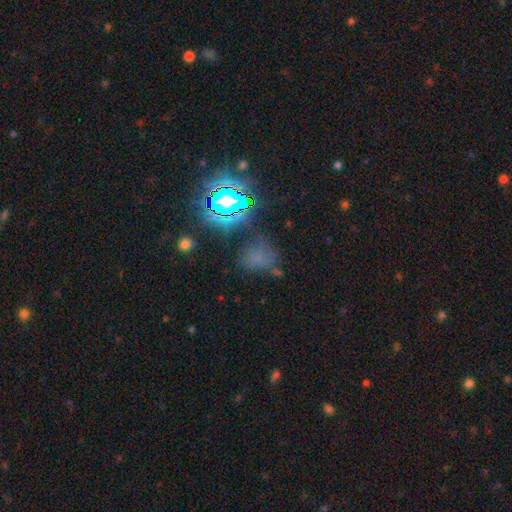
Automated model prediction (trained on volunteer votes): Smooth or featured? Predicted: smooth (p=0.48). Merging? Predicted: none (p=0.53).